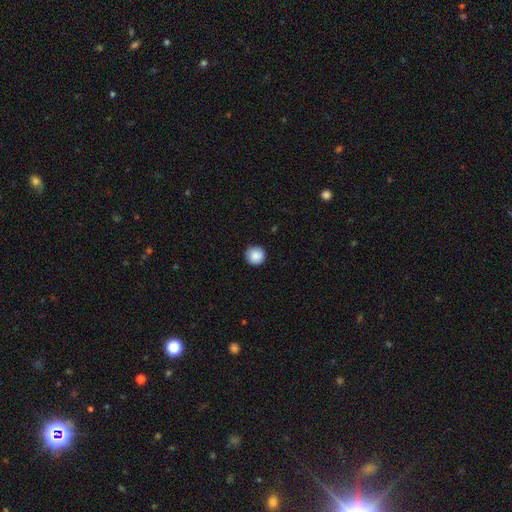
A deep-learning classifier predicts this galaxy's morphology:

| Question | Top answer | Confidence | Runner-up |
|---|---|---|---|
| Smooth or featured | smooth | 88% | star or artifact (9%) |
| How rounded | round | 95% | in between (4%) |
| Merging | none | 88% | minor disturbance (10%) |